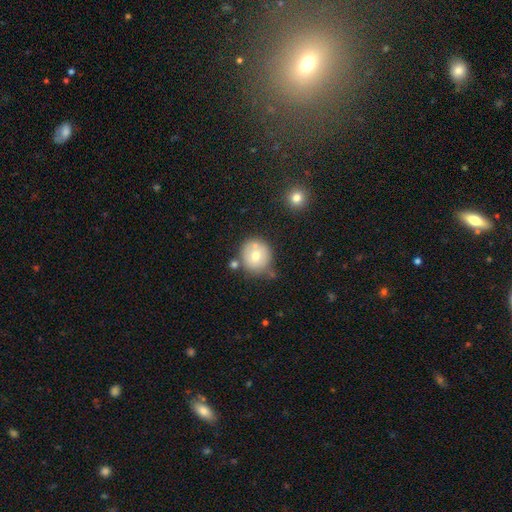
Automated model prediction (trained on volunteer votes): smooth_or_featured: smooth (p=0.69) [alt: featured or disk p=0.22]
how_rounded: round (p=0.90) [alt: in between p=0.09]
merging: none (p=0.64) [alt: minor disturbance p=0.17]